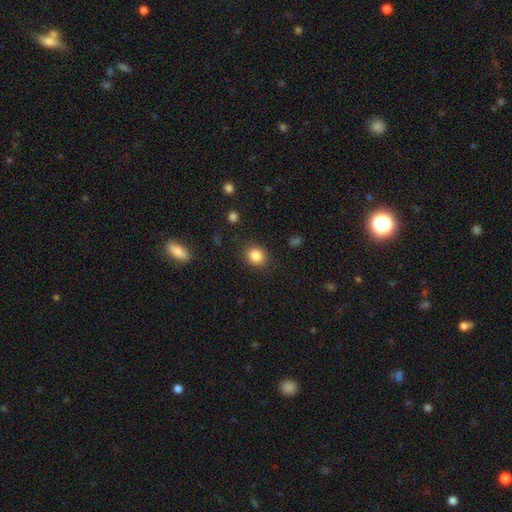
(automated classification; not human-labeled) Overall: smooth (85%). How rounded: round (67%; in between 32%). Merging: none (86%).